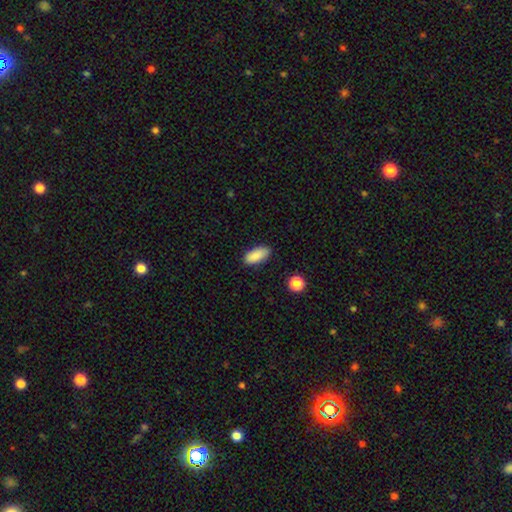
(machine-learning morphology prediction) A smooth galaxy with no disk features (89%) that is in between round and cigar-shaped (87%).

Vote fractions:
- Smooth or featured? smooth: 89% / star or artifact: 7% / featured or disk: 4%
- How rounded? in between: 87% / cigar-shaped: 11% / round: 2%
- Merging? none: 85% / minor disturbance: 12% / major disturbance: 2% / merger: 1%